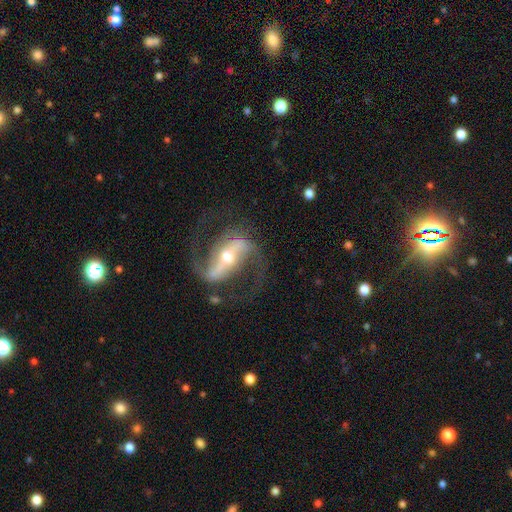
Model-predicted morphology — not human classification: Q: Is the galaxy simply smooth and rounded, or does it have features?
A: featured or disk — 88%.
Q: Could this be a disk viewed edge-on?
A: no — 94%.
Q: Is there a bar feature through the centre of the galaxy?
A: strong — 54%.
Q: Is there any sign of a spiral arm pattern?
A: yes — 96%.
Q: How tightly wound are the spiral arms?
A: medium — 45%.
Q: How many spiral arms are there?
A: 2 — 91%.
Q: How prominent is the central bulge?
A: small — 50%.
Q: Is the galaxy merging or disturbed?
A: none — 73%.